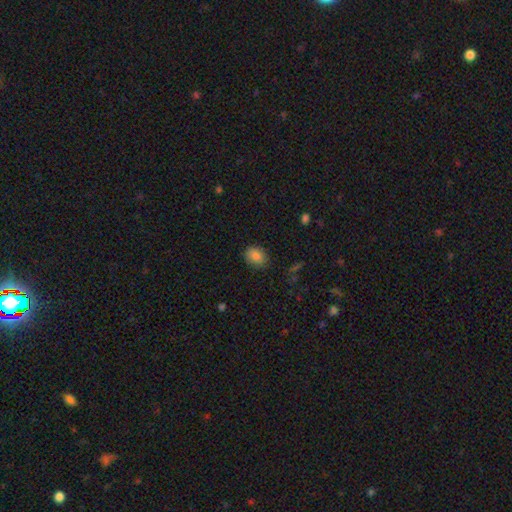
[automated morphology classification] Smooth or featured? Predicted: smooth (p=0.86). How rounded? Predicted: in between (p=0.64). Merging? Predicted: none (p=0.82).